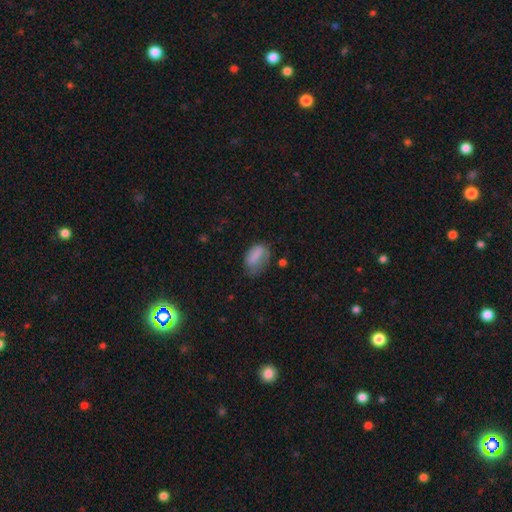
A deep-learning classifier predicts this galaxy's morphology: type=smooth (73%); roundness=in between (84%); merging=none (39%).